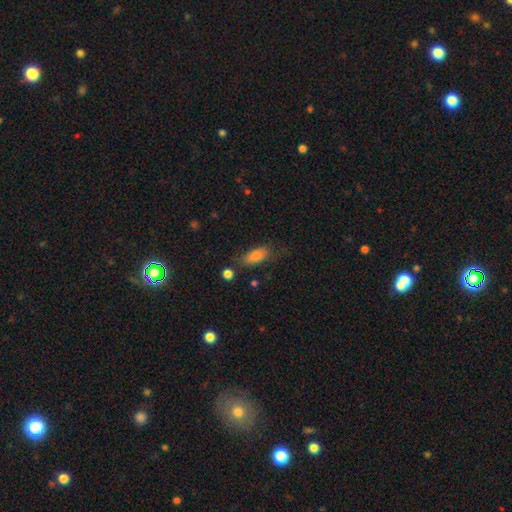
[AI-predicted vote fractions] Q: Smooth or featured?
A: smooth (79%); runner-up: featured or disk (11%)
Q: How rounded?
A: in between (80%); runner-up: cigar-shaped (16%)
Q: Merging?
A: none (68%); runner-up: minor disturbance (20%)